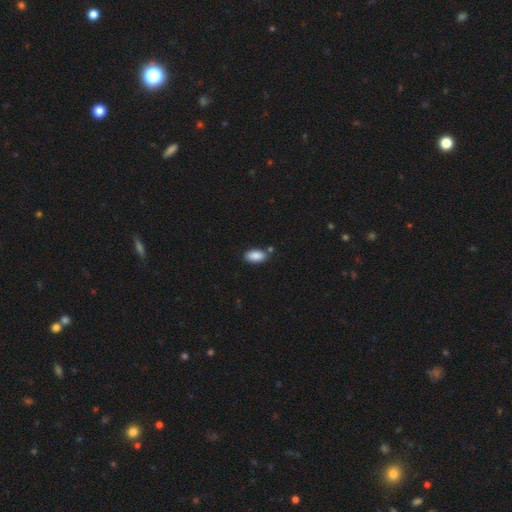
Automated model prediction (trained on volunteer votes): Smooth or featured: smooth — 89% (star or artifact — 7%)
How rounded: in between — 94% (round — 3%)
Merging: none — 78% (minor disturbance — 13%)